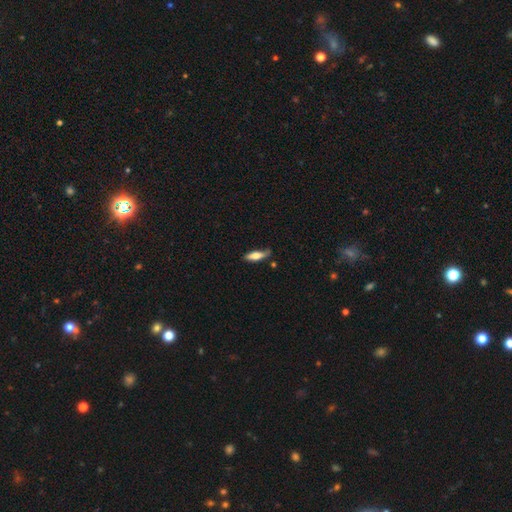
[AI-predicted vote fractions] smooth-or-featured: smooth: 63% | featured or disk: 31% | star or artifact: 6%
  how-rounded: cigar-shaped: 56% | in between: 42% | round: 2%
  merging: none: 67% | minor disturbance: 25% | major disturbance: 5% | merger: 3%